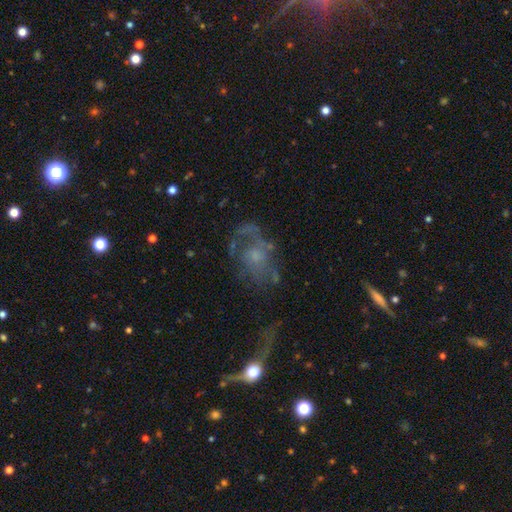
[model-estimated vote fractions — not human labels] Smooth or featured? Predicted: featured or disk (p=0.64). Edge-on disk? Predicted: no (p=0.94). Bar? Predicted: no (p=0.82). Spiral arms? Predicted: yes (p=0.61). Bulge size? Predicted: small (p=0.50). Merging? Predicted: none (p=0.44).